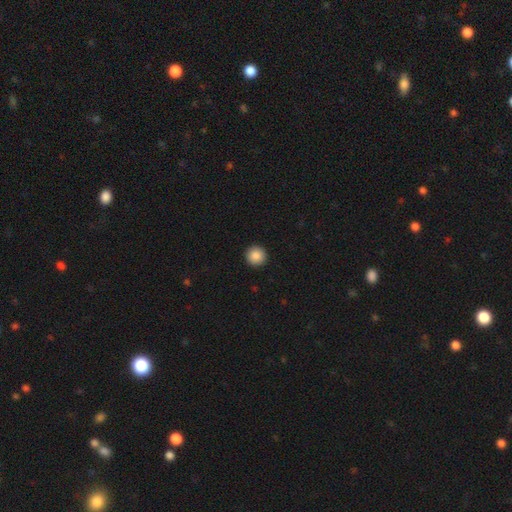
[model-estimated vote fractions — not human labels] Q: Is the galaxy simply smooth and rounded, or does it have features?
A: smooth — 88%.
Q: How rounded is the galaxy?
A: round — 95%.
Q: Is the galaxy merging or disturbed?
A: none — 94%.